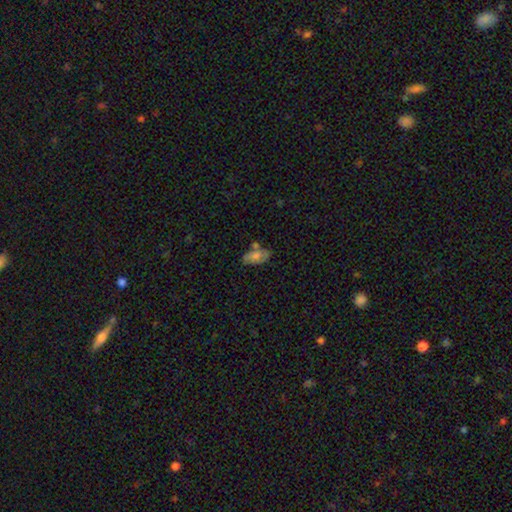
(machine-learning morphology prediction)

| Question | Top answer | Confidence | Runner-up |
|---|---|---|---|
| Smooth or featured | smooth | 59% | featured or disk (32%) |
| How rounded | in between | 90% | round (5%) |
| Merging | none | 48% | minor disturbance (24%) |